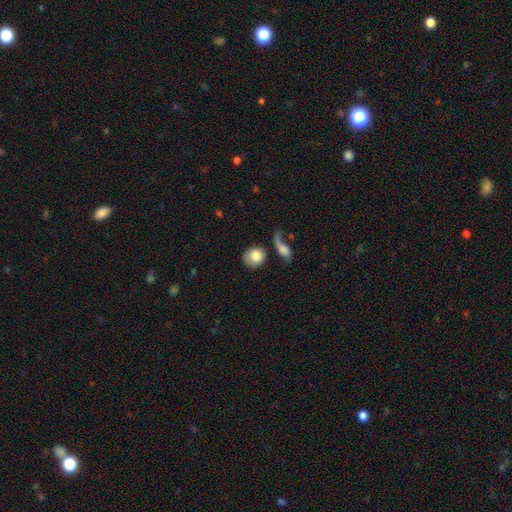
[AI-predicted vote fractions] The model was most divided on "merging": none: 49%, merger: 19%, major disturbance: 17%, minor disturbance: 16%. More confident: smooth or featured — smooth (78%); how rounded — round (75%).